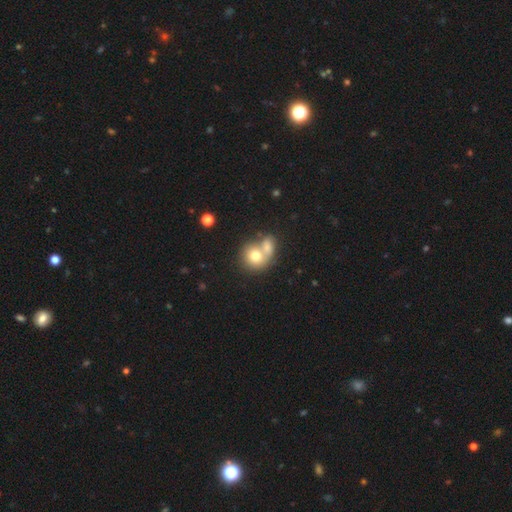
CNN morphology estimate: type=smooth (73%); roundness=round (77%); merging=merger (58%).